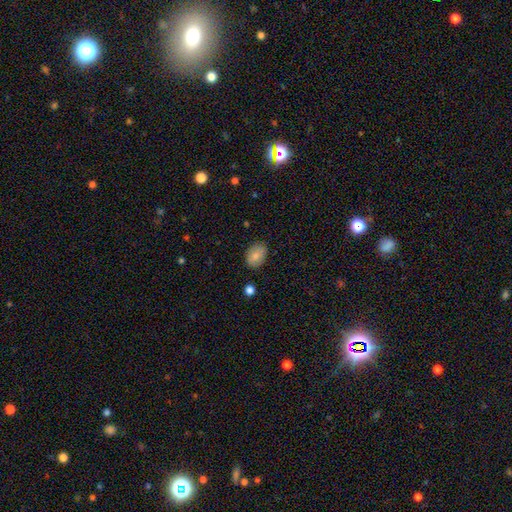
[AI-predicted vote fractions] This is clearly a smooth galaxy (80%). How rounded: clearly in between (80%). Merging: clearly none (82%).